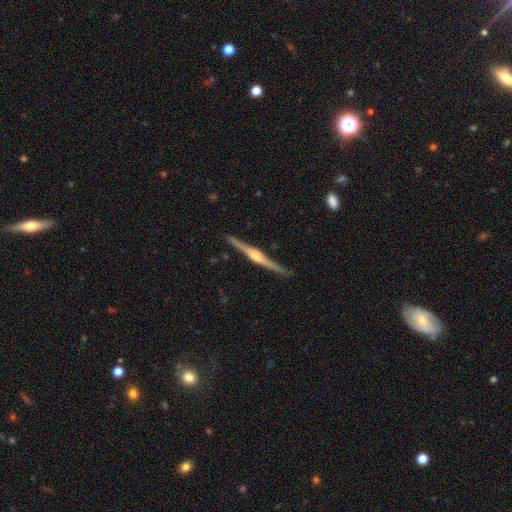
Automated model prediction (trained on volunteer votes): Smooth or featured: featured or disk — 82% (smooth — 13%)
Edge-on disk: yes — 98% (no — 2%)
Edge-on bulge: rounded — 81% (boxy — 13%)
Merging: none — 90% (minor disturbance — 7%)